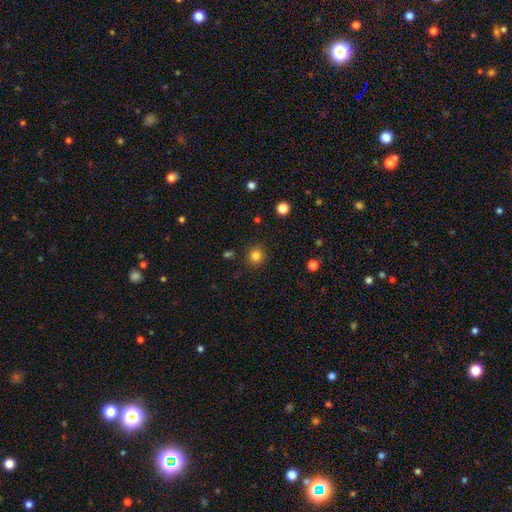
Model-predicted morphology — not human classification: Smooth or featured?
  - smooth: 82% *
  - star or artifact: 13%
  - featured or disk: 5%
How rounded?
  - round: 92% *
  - in between: 7%
  - cigar-shaped: 1%
Merging?
  - none: 88% *
  - minor disturbance: 7%
  - major disturbance: 2%
  - merger: 2%